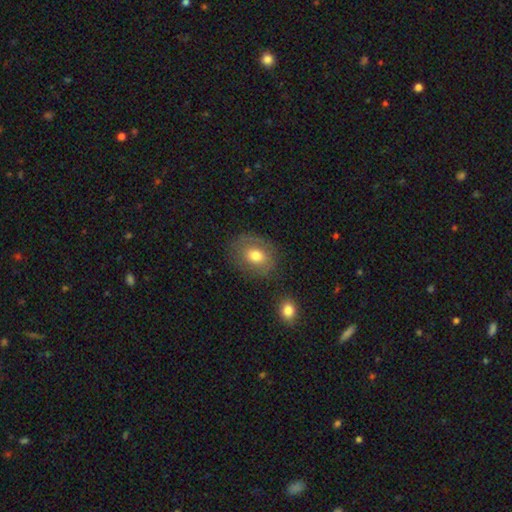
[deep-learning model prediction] The model was most divided on "how rounded": in between: 53%, round: 46%, cigar-shaped: 1%. More confident: merging — none (76%); smooth or featured — smooth (68%).